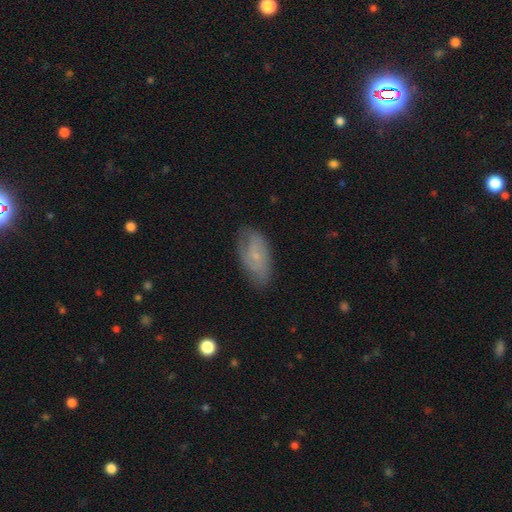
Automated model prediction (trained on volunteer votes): Morphology: type=featured or disk (55%); edge-on=no (93%); bar=no (72%); spiral arms=yes (79%); bulge=small (79%); merging=none (70%).